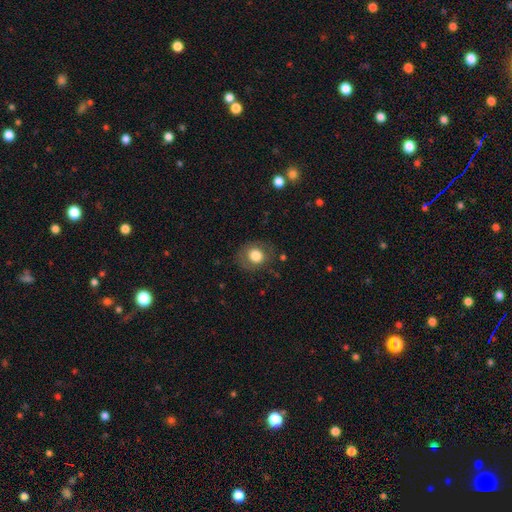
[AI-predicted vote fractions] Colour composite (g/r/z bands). It shows a smooth galaxy with no disk features (77%) that is round (73%). Merging: none (78%).